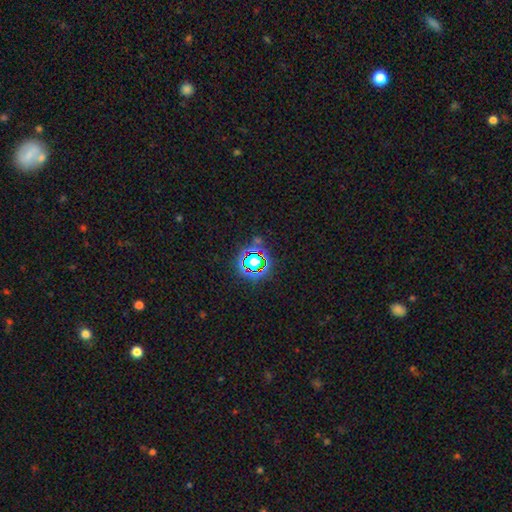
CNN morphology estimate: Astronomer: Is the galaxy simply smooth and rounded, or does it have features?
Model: star or artifact — 77%.